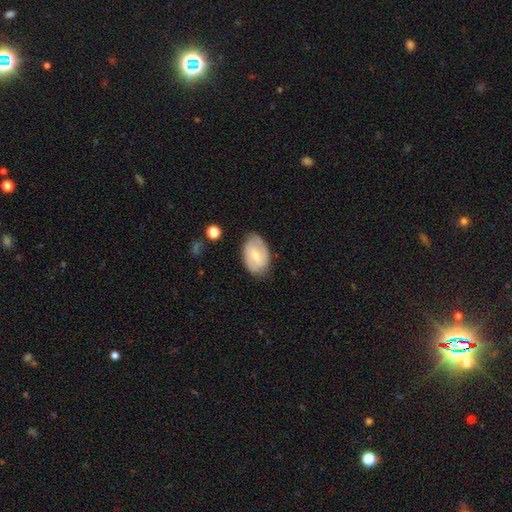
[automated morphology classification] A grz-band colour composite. It shows a smooth galaxy with no disk features (55%) that is in between round and cigar-shaped (88%). Merging: none (74%).